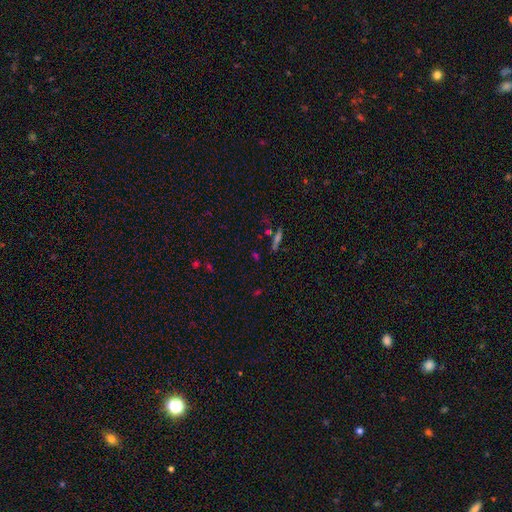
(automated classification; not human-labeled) Smooth or featured?
  - smooth: 42% *
  - star or artifact: 38%
  - featured or disk: 20%
Merging?
  - none: 72% *
  - minor disturbance: 12%
  - merger: 10%
  - major disturbance: 6%